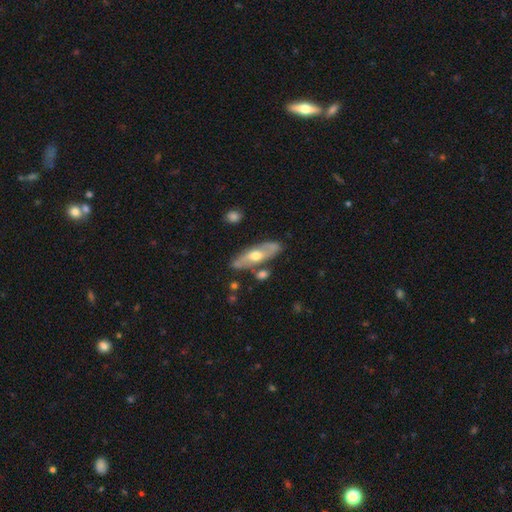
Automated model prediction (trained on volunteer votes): Morphology: type=featured or disk (58%); edge-on=no (63%); merging=none (74%).